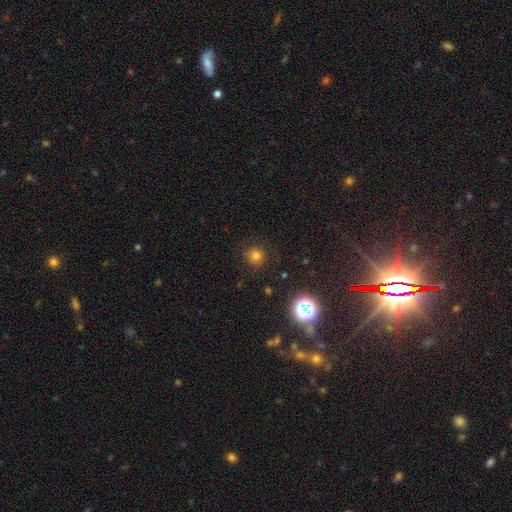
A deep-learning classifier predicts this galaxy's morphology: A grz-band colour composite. It shows a smooth galaxy with no disk features (74%) that is round (93%). Merging: none (84%).